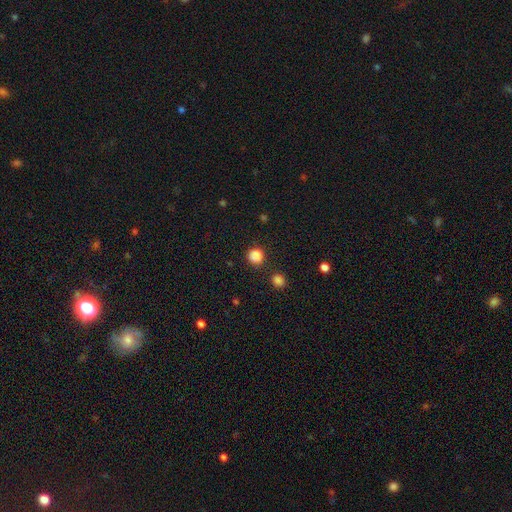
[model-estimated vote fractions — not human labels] This appears to be a smooth galaxy with no disk features (83%) that is round (87%). Merging: none (78%).